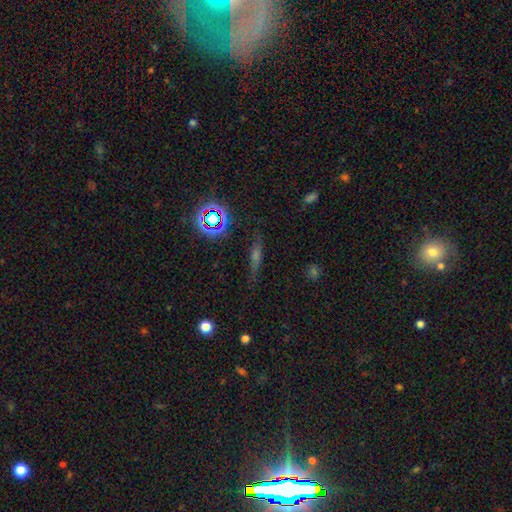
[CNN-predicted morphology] smooth-or-featured: featured or disk: 39% | smooth: 34% | star or artifact: 27%
  merging: none: 82% | minor disturbance: 13% | major disturbance: 4% | merger: 2%